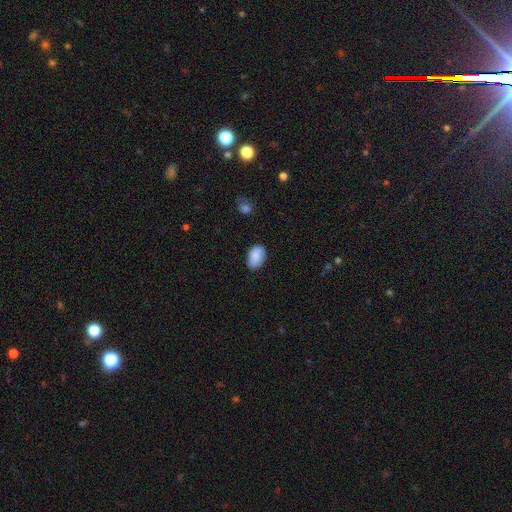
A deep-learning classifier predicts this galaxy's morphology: Smooth or featured? Predicted: smooth (p=0.86). How rounded? Predicted: in between (p=0.88). Merging? Predicted: none (p=0.75).